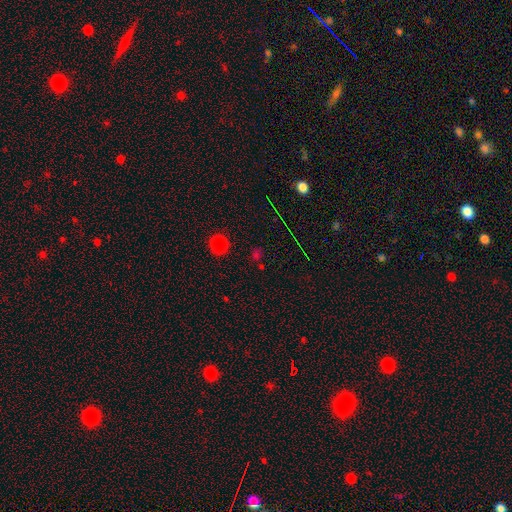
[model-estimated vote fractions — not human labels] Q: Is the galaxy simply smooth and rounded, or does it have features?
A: smooth — 51%.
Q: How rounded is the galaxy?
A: round — 77%.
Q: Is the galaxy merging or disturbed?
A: none — 86%.